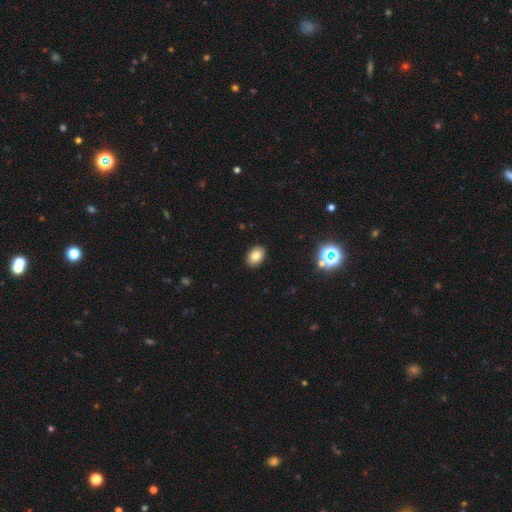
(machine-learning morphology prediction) Overall: smooth (82%). How rounded: in between (80%). Merging: none (90%).